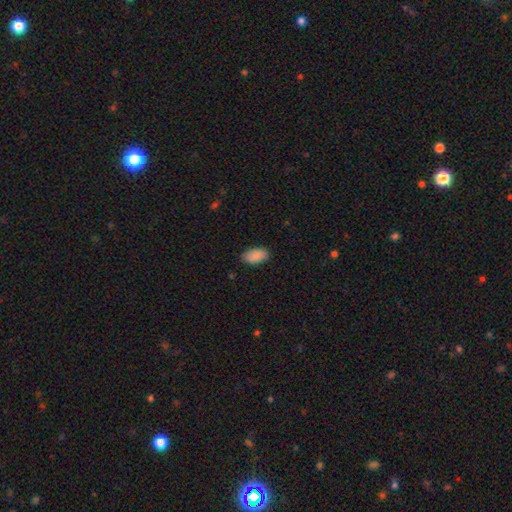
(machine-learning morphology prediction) Smooth or featured?
  - smooth: 90% *
  - star or artifact: 7%
  - featured or disk: 4%
How rounded?
  - in between: 95% *
  - round: 3%
  - cigar-shaped: 3%
Merging?
  - none: 87% *
  - minor disturbance: 10%
  - major disturbance: 2%
  - merger: 1%